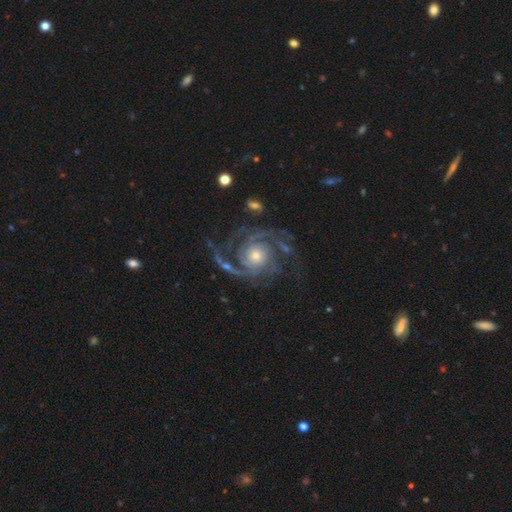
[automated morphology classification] smooth-or-featured: featured or disk: 93% | star or artifact: 4% | smooth: 3%
  disk-edge-on: no: 98% | yes: 2%
    bar: no: 74% | weak: 19% | strong: 7%
    has-spiral-arms: yes: 98% | no: 2%
      spiral-winding: tight: 49% | medium: 42% | loose: 9%
      spiral-arm-count: 2: 38% | 3: 28% | can't tell: 10% | 4: 10% | more than 4: 7% | 1: 7%
    bulge-size: moderate: 50% | small: 41% | large: 6% | none: 1% | dominant: 1%
  merging: none: 69% | minor disturbance: 15% | major disturbance: 14% | merger: 3%